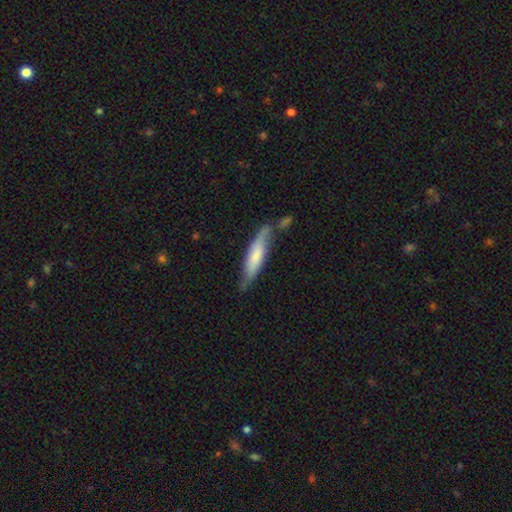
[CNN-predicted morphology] Smooth or featured? smooth (58%)
How rounded? cigar-shaped (78%)
Merging? none (58%)